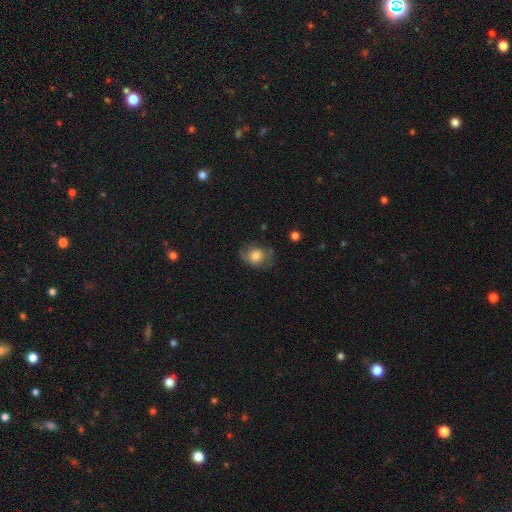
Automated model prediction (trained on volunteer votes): Smooth or featured? Predicted: smooth (p=0.65). How rounded? Predicted: round (p=0.53). Merging? Predicted: none (p=0.60).